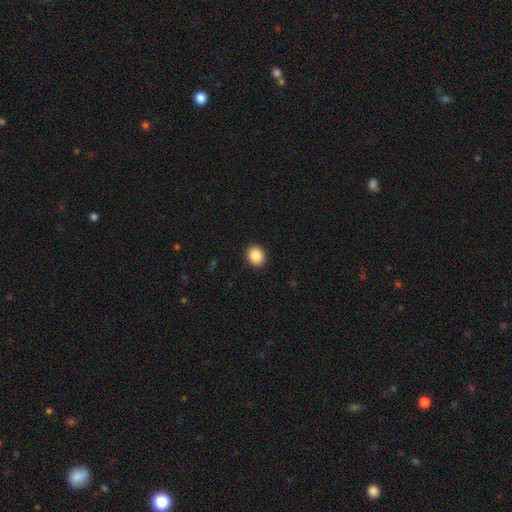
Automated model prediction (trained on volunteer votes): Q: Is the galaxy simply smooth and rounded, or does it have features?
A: smooth — 88%.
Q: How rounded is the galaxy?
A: round — 72%.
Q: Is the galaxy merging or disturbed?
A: none — 92%.